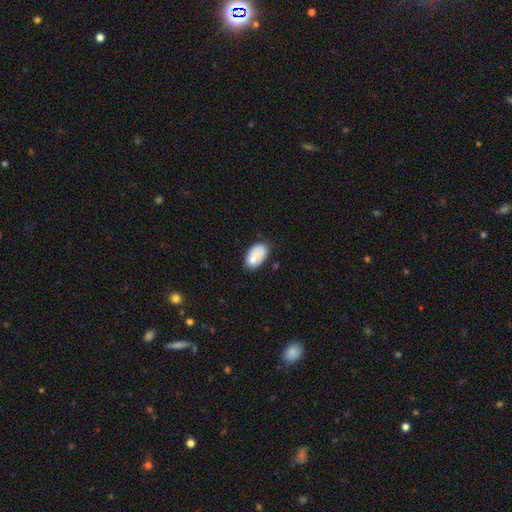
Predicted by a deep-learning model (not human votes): Smooth or featured: smooth — 70% (featured or disk — 23%)
How rounded: in between — 92% (round — 7%)
Merging: none — 59% (minor disturbance — 24%)